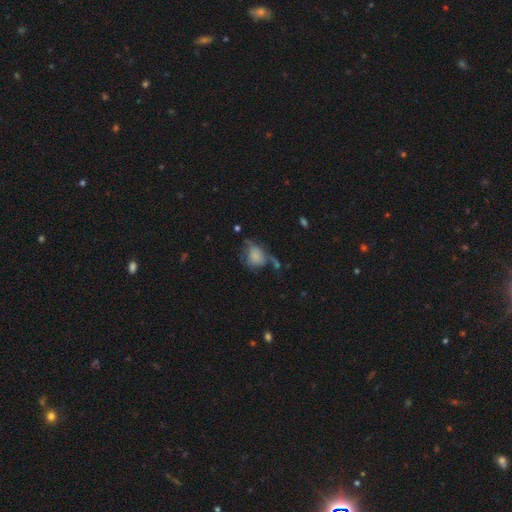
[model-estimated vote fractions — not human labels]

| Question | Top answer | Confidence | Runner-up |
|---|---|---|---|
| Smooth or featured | smooth | 67% | featured or disk (23%) |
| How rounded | in between | 52% | round (47%) |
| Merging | major disturbance | 30% | none (29%) |